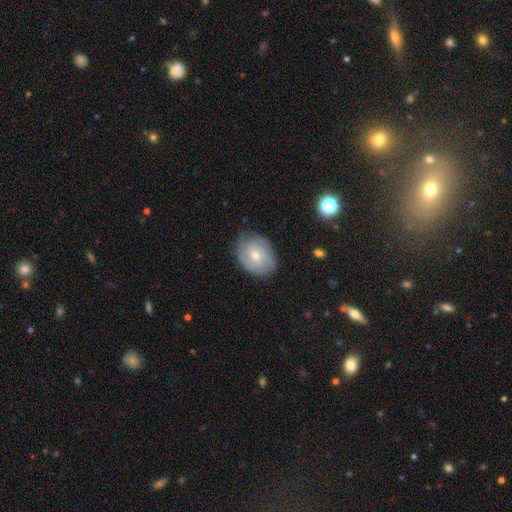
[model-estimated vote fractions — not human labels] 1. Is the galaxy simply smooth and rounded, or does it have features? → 53% featured or disk, 41% smooth, 7% star or artifact.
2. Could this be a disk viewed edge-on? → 96% no, 4% yes.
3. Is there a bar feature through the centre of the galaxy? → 65% no, 30% weak, 4% strong.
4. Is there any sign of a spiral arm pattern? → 81% yes, 19% no.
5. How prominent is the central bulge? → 52% moderate, 44% small, 2% large, 1% none, 1% dominant.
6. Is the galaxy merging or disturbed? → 70% none, 23% minor disturbance, 6% major disturbance, 1% merger.